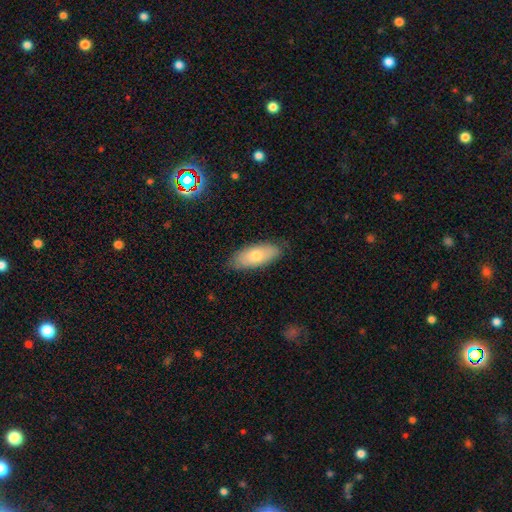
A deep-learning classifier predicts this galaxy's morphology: The model was most divided on "smooth or featured": smooth: 74%, featured or disk: 20%, star or artifact: 6%. More confident: merging — none (84%); how rounded — in between (82%).